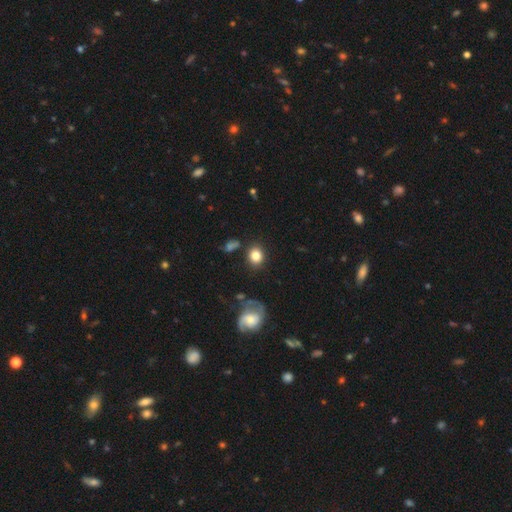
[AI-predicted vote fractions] Smooth or featured? smooth (80%)
How rounded? round (65%)
Merging? none (79%)